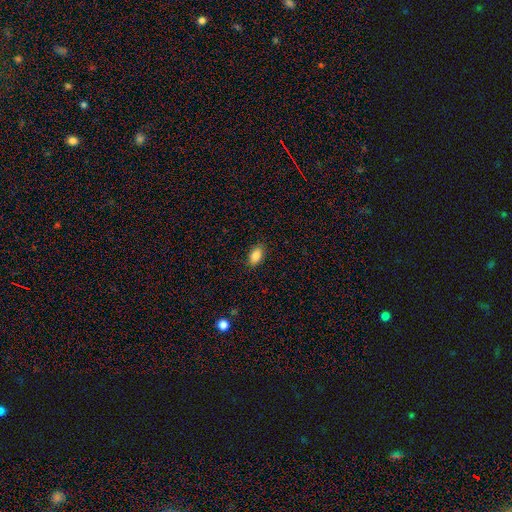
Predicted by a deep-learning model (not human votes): Smooth or featured?
  - smooth: 86% *
  - star or artifact: 8%
  - featured or disk: 6%
How rounded?
  - in between: 90% *
  - round: 6%
  - cigar-shaped: 3%
Merging?
  - none: 87% *
  - minor disturbance: 10%
  - major disturbance: 2%
  - merger: 1%